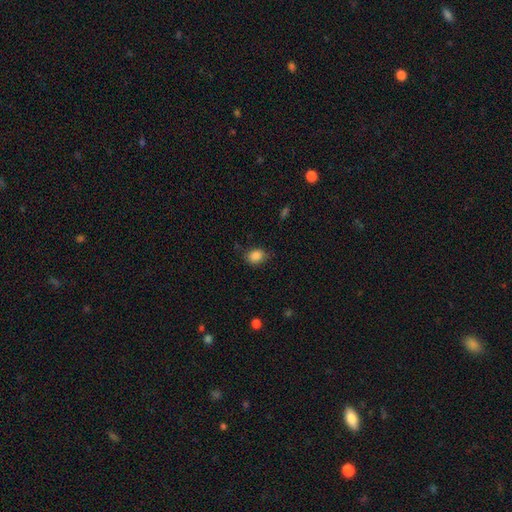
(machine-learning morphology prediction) Smooth or featured? Predicted: smooth (p=0.86). How rounded? Predicted: in between (p=0.59). Merging? Predicted: none (p=0.74).